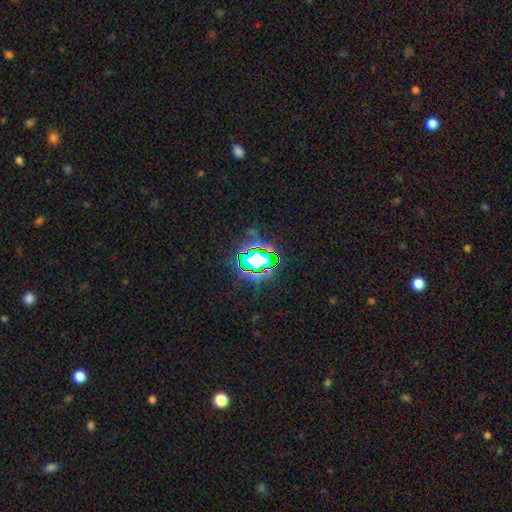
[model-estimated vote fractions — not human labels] The model was most divided on "smooth or featured": star or artifact: 73%, smooth: 15%, featured or disk: 11%.